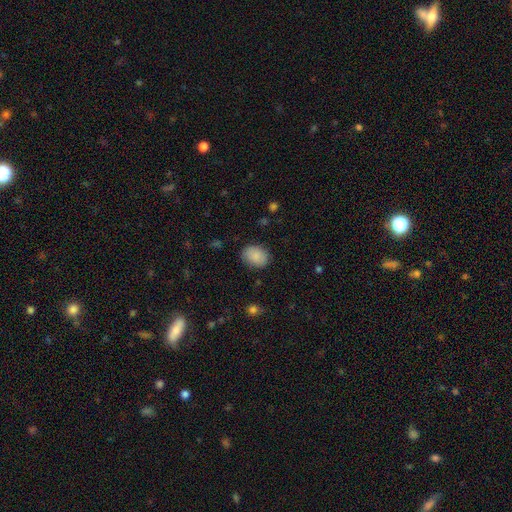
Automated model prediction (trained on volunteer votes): A smooth galaxy with no disk features (87%) that is in between round and cigar-shaped (66%).

Vote fractions:
- Smooth or featured? smooth: 87% / star or artifact: 7% / featured or disk: 6%
- How rounded? in between: 66% / round: 33% / cigar-shaped: 1%
- Merging? none: 81% / minor disturbance: 14% / major disturbance: 3% / merger: 1%